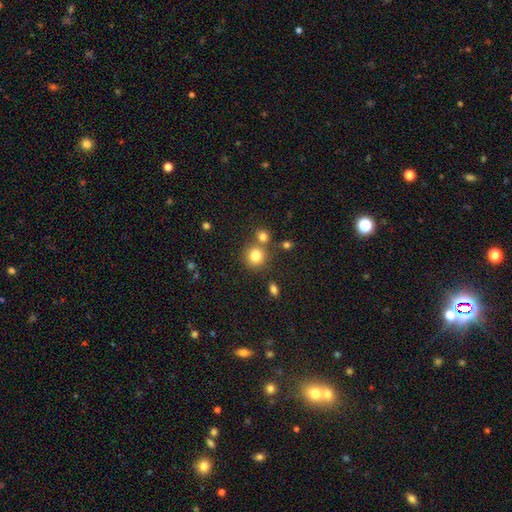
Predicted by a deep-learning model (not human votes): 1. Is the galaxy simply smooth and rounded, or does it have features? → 81% smooth, 12% star or artifact, 7% featured or disk.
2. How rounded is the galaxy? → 88% round, 11% in between, 1% cigar-shaped.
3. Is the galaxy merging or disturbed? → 67% none, 21% merger, 9% minor disturbance, 3% major disturbance.